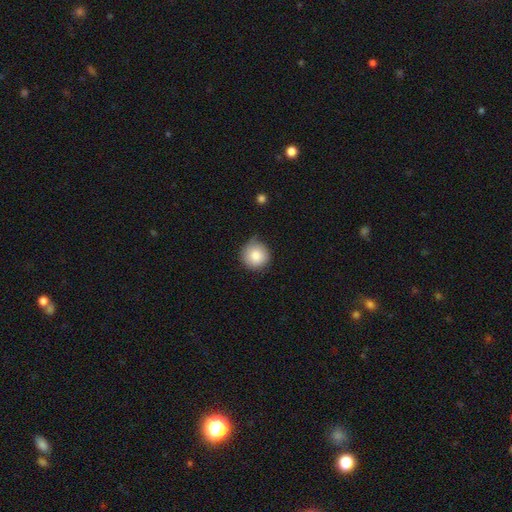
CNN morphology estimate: Q: Smooth or featured?
A: smooth (84%); runner-up: star or artifact (8%)
Q: How rounded?
A: round (94%); runner-up: in between (5%)
Q: Merging?
A: none (66%); runner-up: minor disturbance (27%)